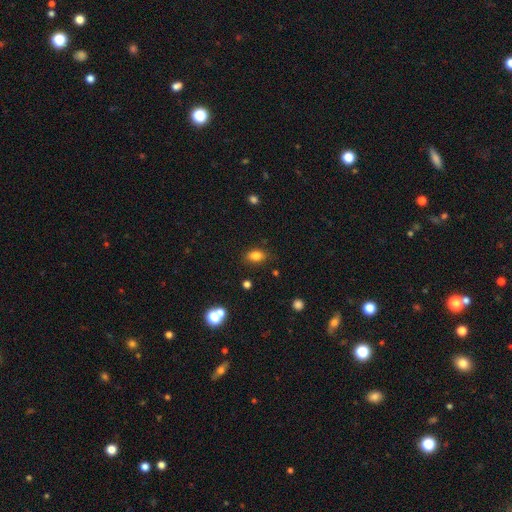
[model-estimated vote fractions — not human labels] smooth 82%, star or artifact 12%, featured or disk 6%. Down the decision tree: how rounded — in between (80%); merging — none (82%).